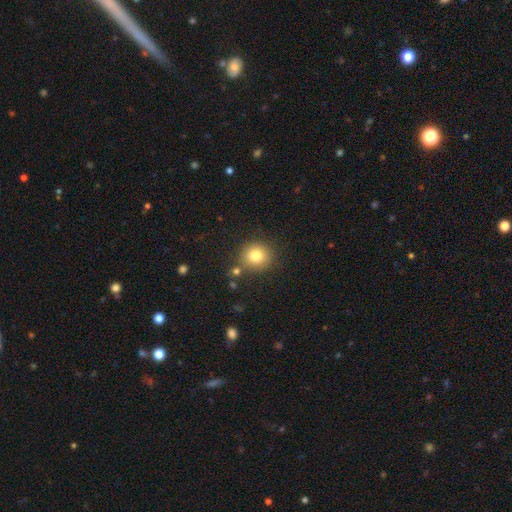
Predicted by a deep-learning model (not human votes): The model was most divided on "smooth or featured": smooth: 80%, star or artifact: 11%, featured or disk: 8%. More confident: how rounded — round (86%); merging — none (81%).